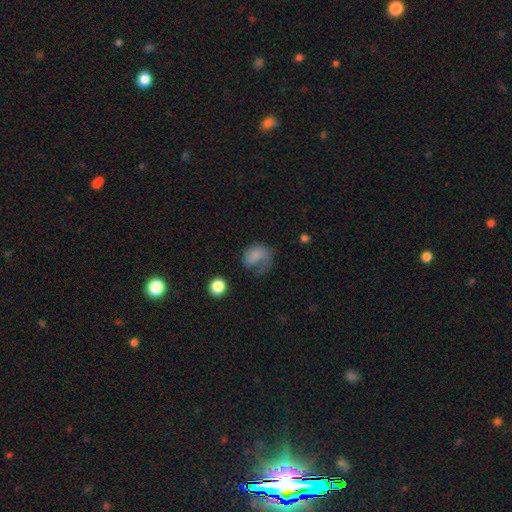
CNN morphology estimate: type=smooth (60%); roundness=in between (56%); merging=major disturbance (44%).